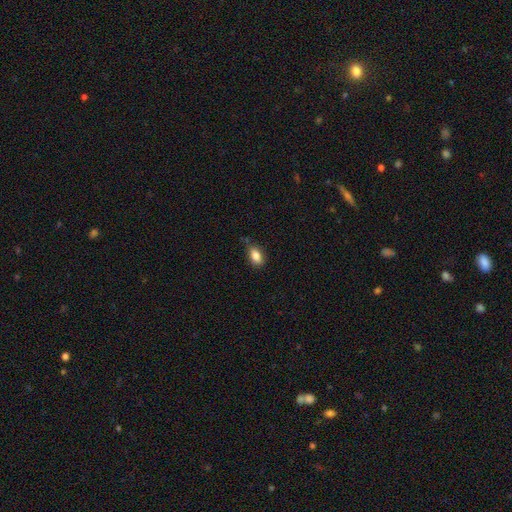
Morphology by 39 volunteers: smooth 92%, featured or disk 8%, star or artifact 0%. Down the decision tree: how rounded — in between (100%); merging — none (72%).